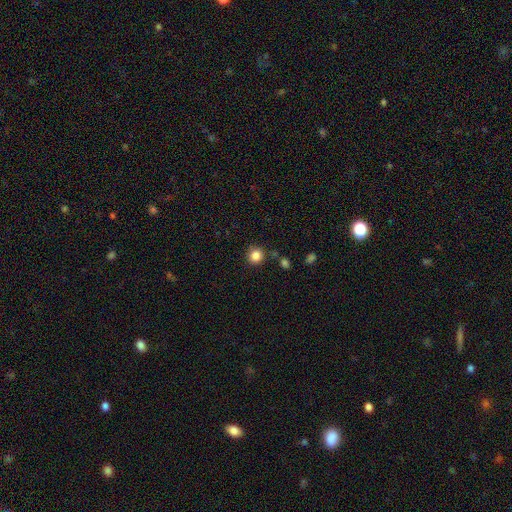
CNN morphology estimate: Smooth or featured? Predicted: smooth (p=0.85). How rounded? Predicted: round (p=0.93). Merging? Predicted: none (p=0.85).